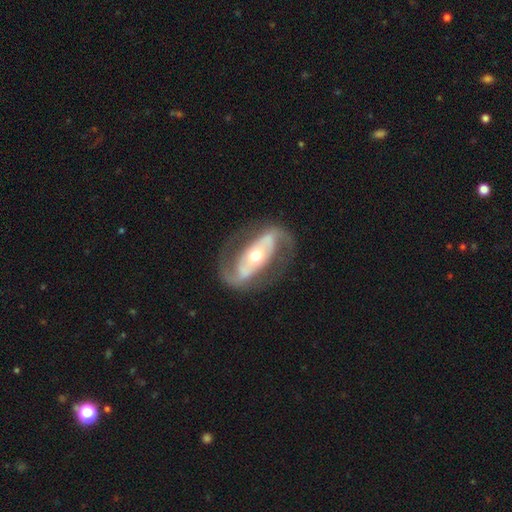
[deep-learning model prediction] smooth_or_featured: featured or disk (p=0.87) [alt: smooth p=0.08]
disk_edge_on: no (p=0.94) [alt: yes p=0.06]
bar: strong (p=0.46) [alt: no p=0.31]
has_spiral_arms: yes (p=0.90) [alt: no p=0.10]
spiral_winding: medium (p=0.48) [alt: loose p=0.27]
spiral_arm_count: 2 (p=0.91) [alt: can't tell p=0.04]
bulge_size: moderate (p=0.67) [alt: small p=0.21]
merging: none (p=0.78) [alt: minor disturbance p=0.12]